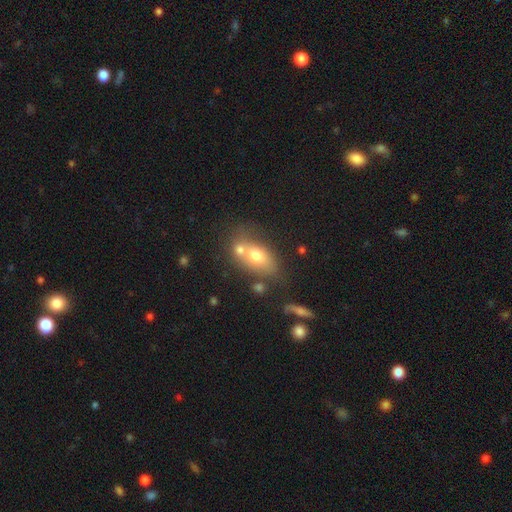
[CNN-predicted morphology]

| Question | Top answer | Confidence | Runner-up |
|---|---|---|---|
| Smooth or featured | smooth | 67% | featured or disk (23%) |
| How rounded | in between | 77% | round (18%) |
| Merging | none | 41% | merger (39%) |